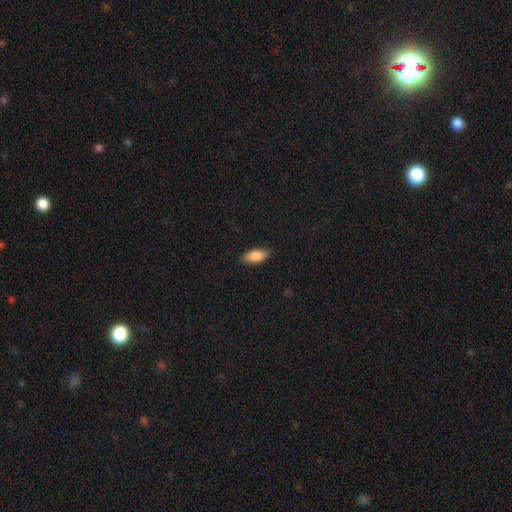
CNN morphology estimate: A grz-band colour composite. It shows a smooth galaxy with no disk features (88%) that is in between round and cigar-shaped (89%). Merging: none (85%).